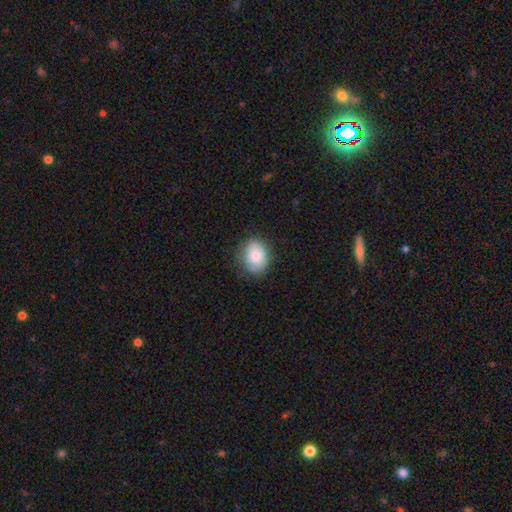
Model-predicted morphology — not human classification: smooth_or_featured: smooth (p=0.75) [alt: featured or disk p=0.17]
how_rounded: in between (p=0.52) [alt: round p=0.47]
merging: none (p=0.71) [alt: minor disturbance p=0.22]